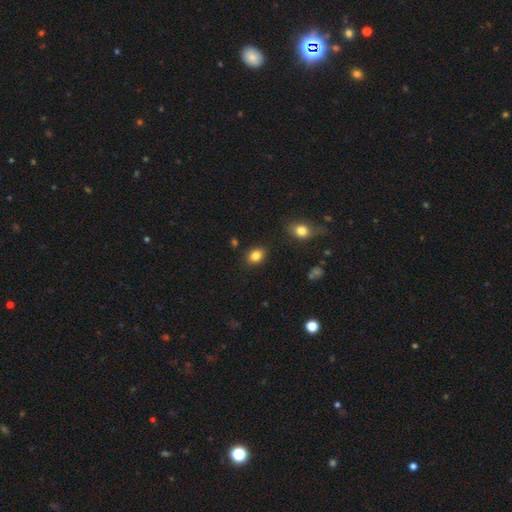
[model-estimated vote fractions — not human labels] A smooth galaxy with no disk features (84%) that is round (50%).

Vote fractions:
- Smooth or featured? smooth: 84% / star or artifact: 10% / featured or disk: 6%
- How rounded? round: 50% / in between: 49% / cigar-shaped: 1%
- Merging? none: 87% / minor disturbance: 9% / major disturbance: 2% / merger: 2%